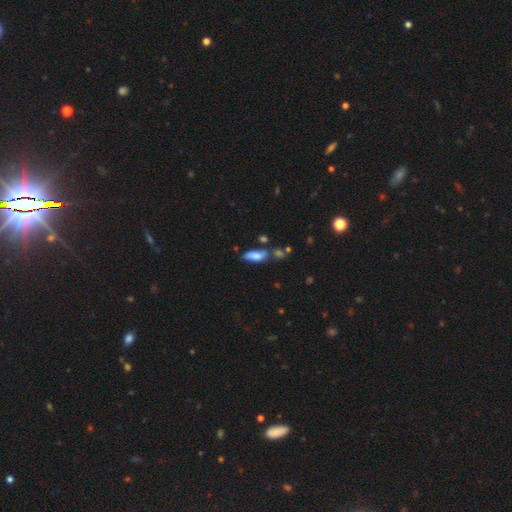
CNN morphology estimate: Q: Smooth or featured?
A: smooth (71%); runner-up: featured or disk (21%)
Q: How rounded?
A: in between (76%); runner-up: cigar-shaped (22%)
Q: Merging?
A: none (52%); runner-up: minor disturbance (23%)